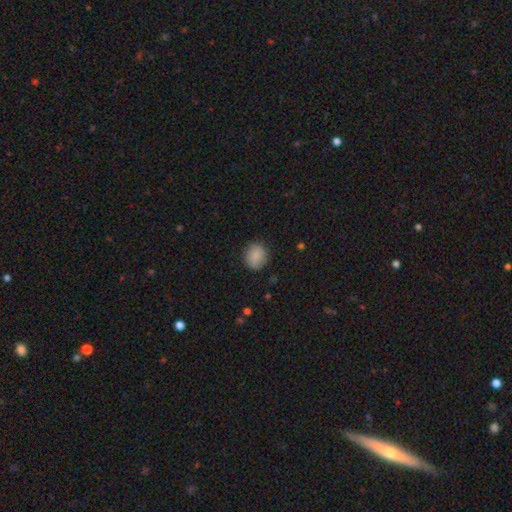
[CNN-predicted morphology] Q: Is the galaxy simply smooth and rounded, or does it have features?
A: smooth — 86%.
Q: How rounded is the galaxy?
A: round — 75%.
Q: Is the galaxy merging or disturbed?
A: none — 85%.